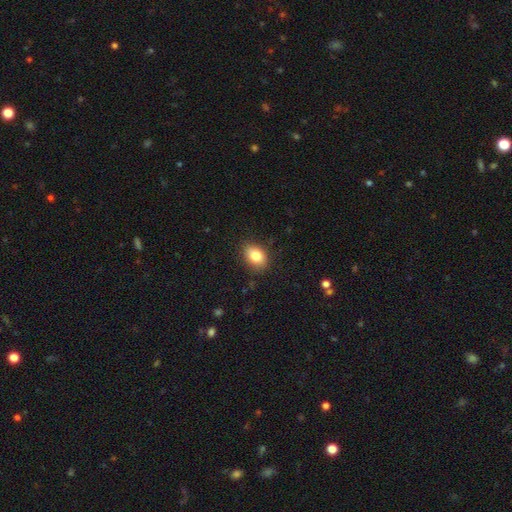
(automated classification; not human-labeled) Smooth or featured? Predicted: smooth (p=0.84). How rounded? Predicted: in between (p=0.77). Merging? Predicted: none (p=0.82).